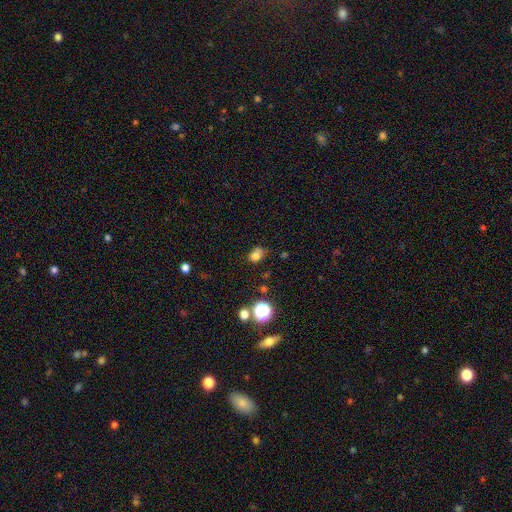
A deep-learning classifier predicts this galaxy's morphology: Q: Smooth or featured?
A: smooth (74%); runner-up: star or artifact (16%)
Q: How rounded?
A: round (50%); runner-up: in between (48%)
Q: Merging?
A: none (57%); runner-up: minor disturbance (24%)